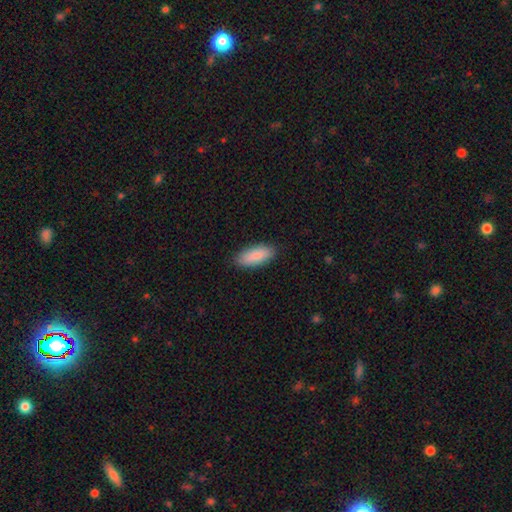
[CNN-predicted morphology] Smooth or featured: smooth — 87% (featured or disk — 7%)
How rounded: in between — 80% (cigar-shaped — 18%)
Merging: none — 88% (minor disturbance — 9%)